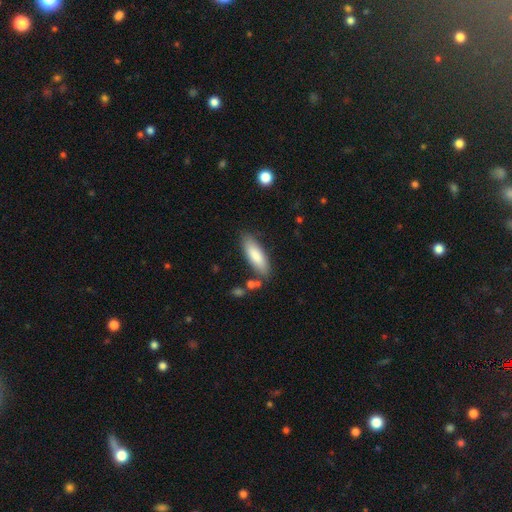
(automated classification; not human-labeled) The model was most divided on "how rounded": in between: 55%, cigar-shaped: 43%, round: 2%. More confident: smooth or featured — smooth (83%); merging — none (80%).